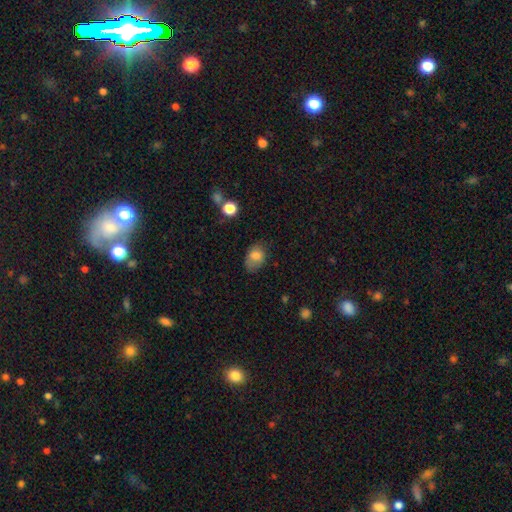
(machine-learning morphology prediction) Smooth or featured? smooth (79%)
How rounded? in between (76%)
Merging? none (55%)